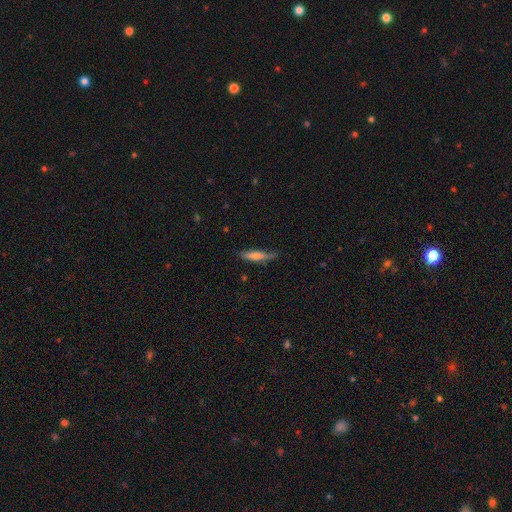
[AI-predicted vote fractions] A smooth galaxy with no disk features (61%) that is cigar-shaped (82%).

Vote fractions:
- Smooth or featured? smooth: 61% / featured or disk: 33% / star or artifact: 6%
- How rounded? cigar-shaped: 82% / in between: 16% / round: 2%
- Merging? none: 71% / minor disturbance: 23% / major disturbance: 4% / merger: 2%